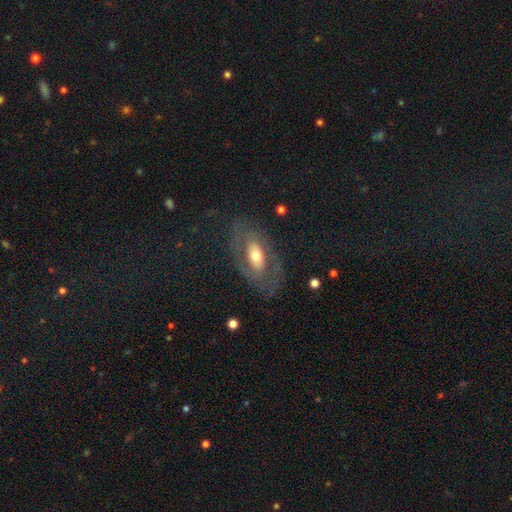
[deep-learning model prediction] Overall: featured or disk (63%; smooth 30%). Edge-on disk: no (89%). Bar: no (62%; weak 24%). Spiral arms: yes (54%; no 46%). Bulge size: moderate (61%; small 21%). Merging: none (69%).